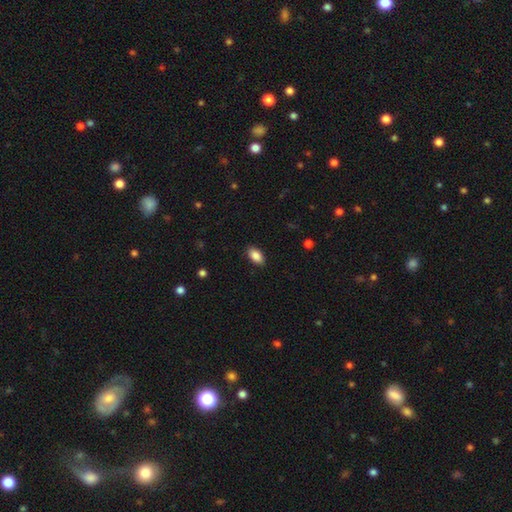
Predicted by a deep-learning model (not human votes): Smooth or featured?
  - smooth: 88% *
  - star or artifact: 7%
  - featured or disk: 4%
How rounded?
  - in between: 93% *
  - round: 5%
  - cigar-shaped: 3%
Merging?
  - none: 88% *
  - minor disturbance: 9%
  - major disturbance: 2%
  - merger: 1%